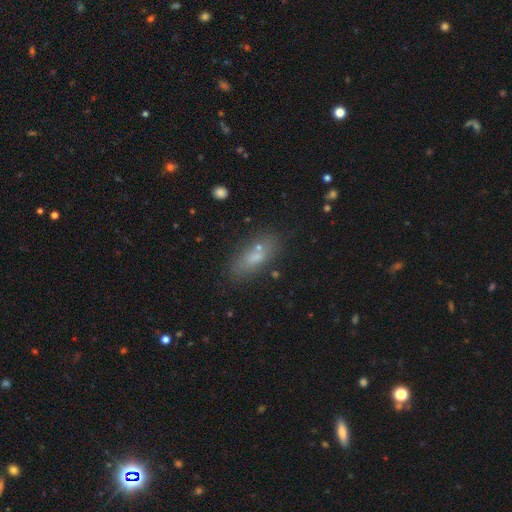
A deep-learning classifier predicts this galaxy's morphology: smooth 69%, featured or disk 18%, star or artifact 13%. Down the decision tree: how rounded — in between (64%); merging — none (72%).